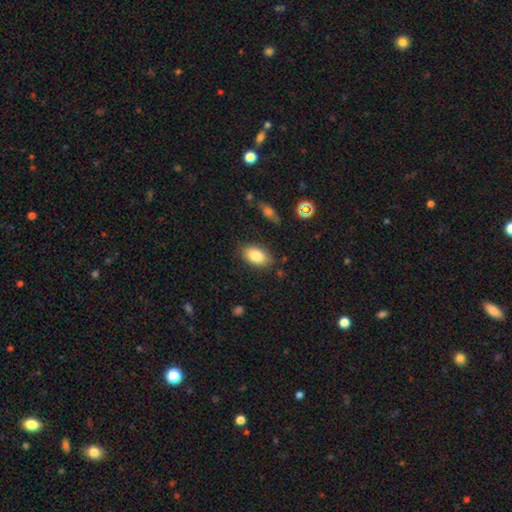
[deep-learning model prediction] This appears to be a smooth galaxy with no disk features (84%) that is in between round and cigar-shaped (91%). Merging: none (83%).